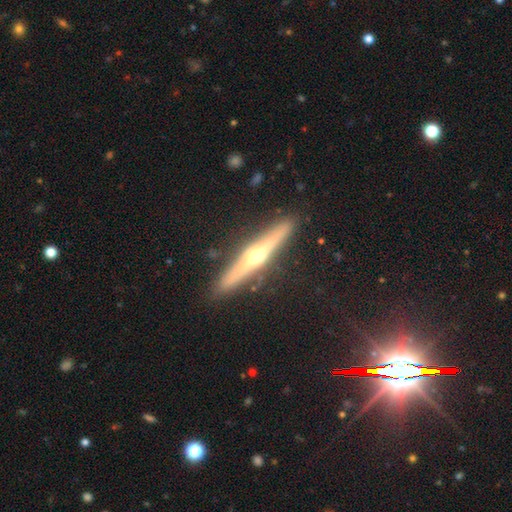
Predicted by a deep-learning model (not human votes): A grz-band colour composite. It shows a featured or disk galaxy (73%) viewed edge-on (97%) with a rounded central bulge (91%). Merging: none (90%).